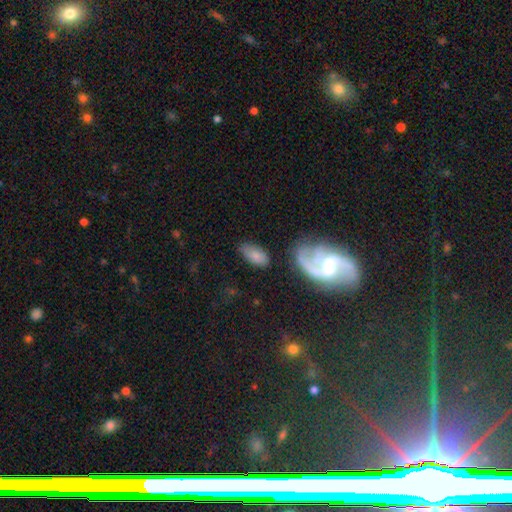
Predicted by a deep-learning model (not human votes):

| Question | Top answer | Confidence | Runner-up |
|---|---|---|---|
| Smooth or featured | smooth | 71% | featured or disk (21%) |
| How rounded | in between | 92% | cigar-shaped (5%) |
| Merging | none | 70% | minor disturbance (17%) |